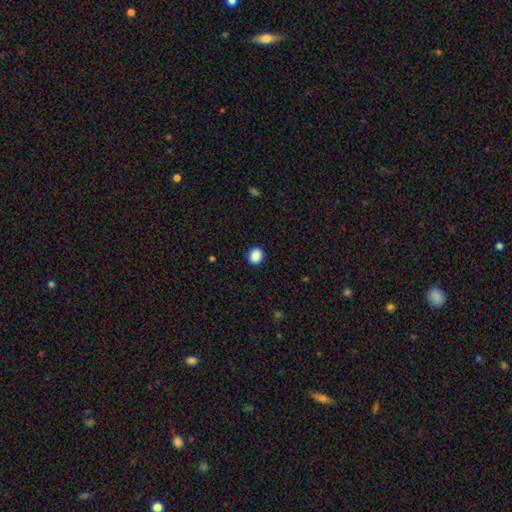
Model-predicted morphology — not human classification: A smooth galaxy with no disk features (89%) that is round (65%).

Vote fractions:
- Smooth or featured? smooth: 89% / star or artifact: 8% / featured or disk: 2%
- How rounded? round: 65% / in between: 34% / cigar-shaped: 1%
- Merging? none: 91% / minor disturbance: 6% / major disturbance: 2% / merger: 1%